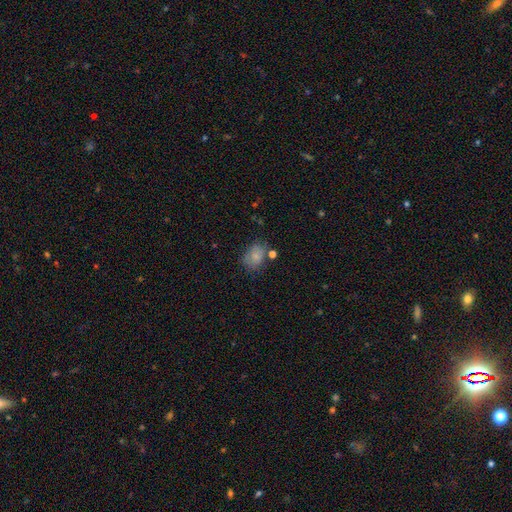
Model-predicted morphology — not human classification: This appears to be a smooth galaxy with no disk features (77%) that is in between round and cigar-shaped (69%). Merging: none (59%).